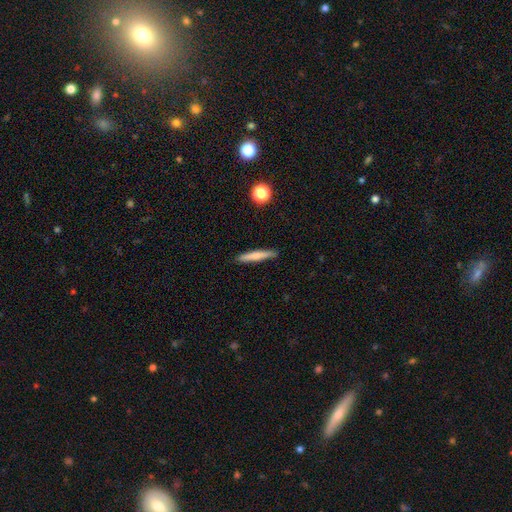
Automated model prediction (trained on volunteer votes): The model was most divided on "smooth or featured": smooth: 68%, featured or disk: 25%, star or artifact: 6%. More confident: how rounded — cigar-shaped (93%); merging — none (88%).